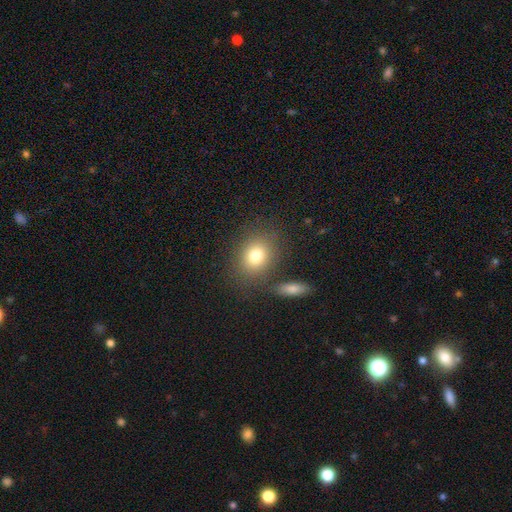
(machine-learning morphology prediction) This appears to be a smooth galaxy with no disk features (78%) that is round (58%). Merging: none (77%).